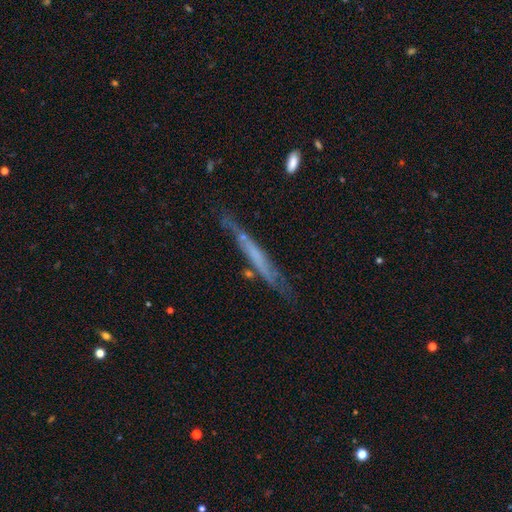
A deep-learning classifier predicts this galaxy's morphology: Smooth or featured? Predicted: featured or disk (p=0.58). Edge-on disk? Predicted: yes (p=0.86). Merging? Predicted: none (p=0.68).